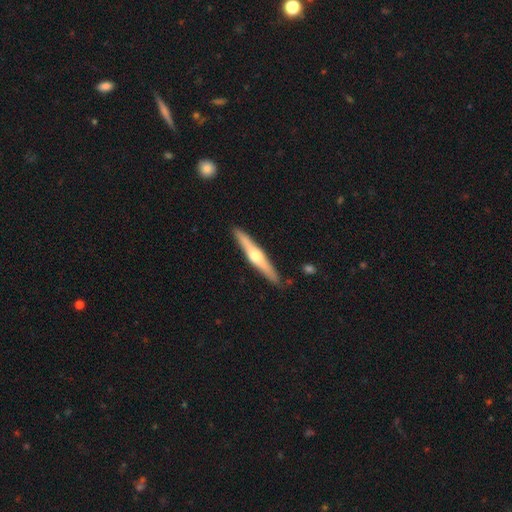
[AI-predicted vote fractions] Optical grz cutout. It shows a featured or disk galaxy (66%) viewed edge-on (97%) with a rounded central bulge (91%). Merging: none (89%).